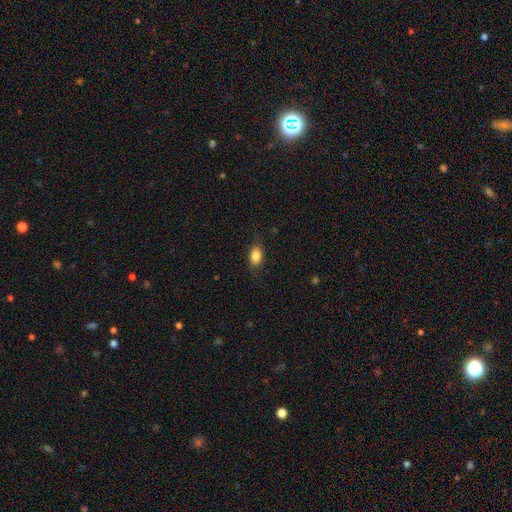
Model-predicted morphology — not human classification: A smooth galaxy with no disk features (85%) that is in between round and cigar-shaped (83%). Merging: none (81%).